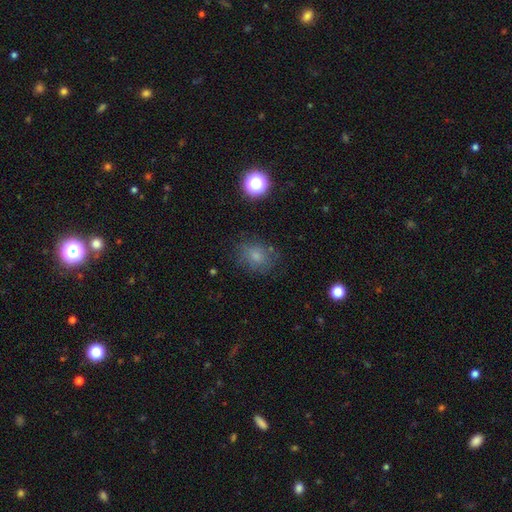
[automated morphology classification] Smooth or featured: smooth — 72% (star or artifact — 16%)
How rounded: round — 53% (in between — 46%)
Merging: none — 73% (minor disturbance — 18%)